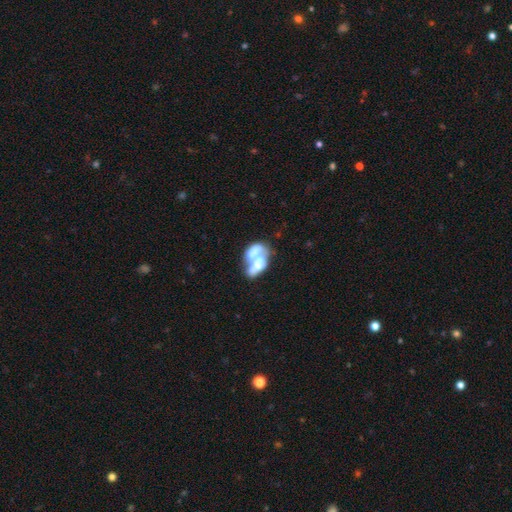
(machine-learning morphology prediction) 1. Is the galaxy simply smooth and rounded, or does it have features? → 54% featured or disk, 36% smooth, 10% star or artifact.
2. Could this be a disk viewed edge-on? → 95% no, 5% yes.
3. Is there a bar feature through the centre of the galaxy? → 88% no, 6% weak, 5% strong.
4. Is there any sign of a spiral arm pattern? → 92% no, 8% yes.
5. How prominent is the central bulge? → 41% none, 25% moderate, 18% large, 11% small, 6% dominant.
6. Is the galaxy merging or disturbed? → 65% merger, 14% none, 12% major disturbance, 8% minor disturbance.